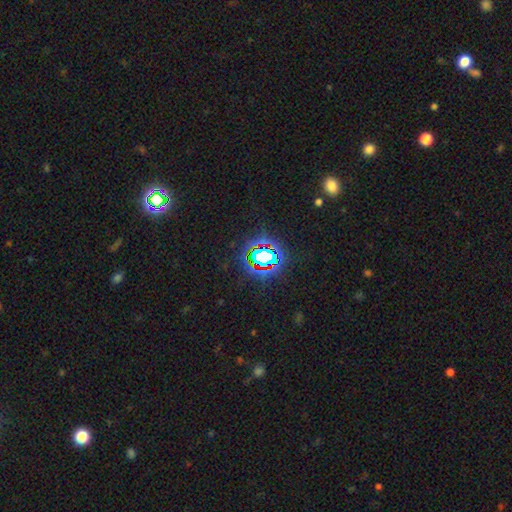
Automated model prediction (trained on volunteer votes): Overall: star or artifact (77%).